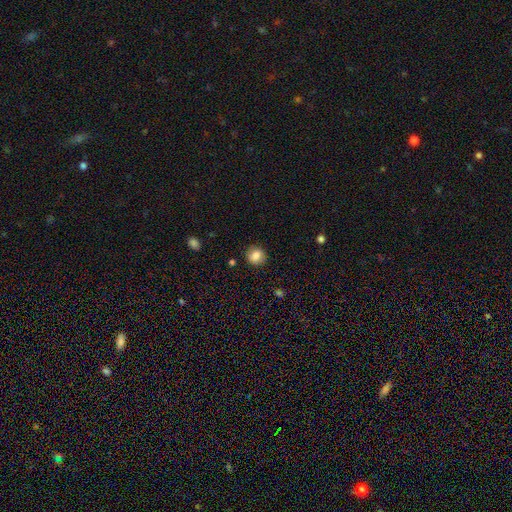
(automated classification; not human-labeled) Smooth or featured: smooth — 83% (star or artifact — 9%)
How rounded: round — 87% (in between — 12%)
Merging: none — 89% (minor disturbance — 7%)